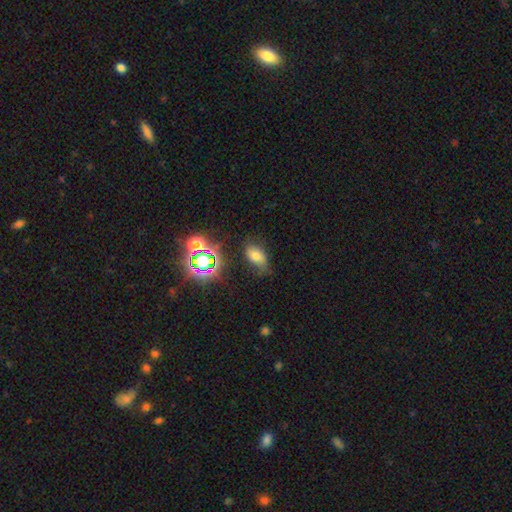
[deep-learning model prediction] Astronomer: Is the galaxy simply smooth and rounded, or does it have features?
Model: smooth — 64%.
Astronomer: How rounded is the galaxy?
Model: in between — 86%.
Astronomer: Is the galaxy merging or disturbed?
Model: none — 62%.